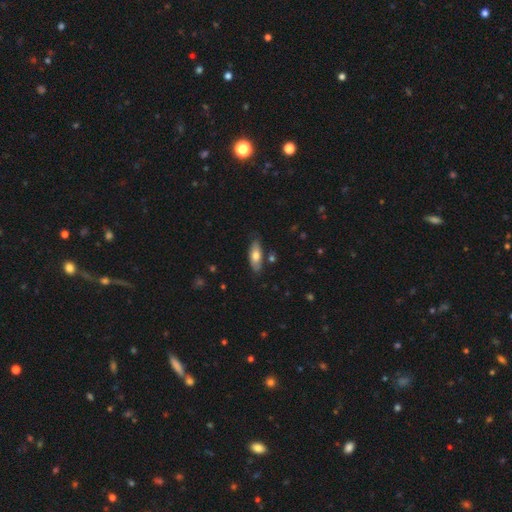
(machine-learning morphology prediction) Overall: smooth (68%). How rounded: in between (74%). Merging: none (77%).